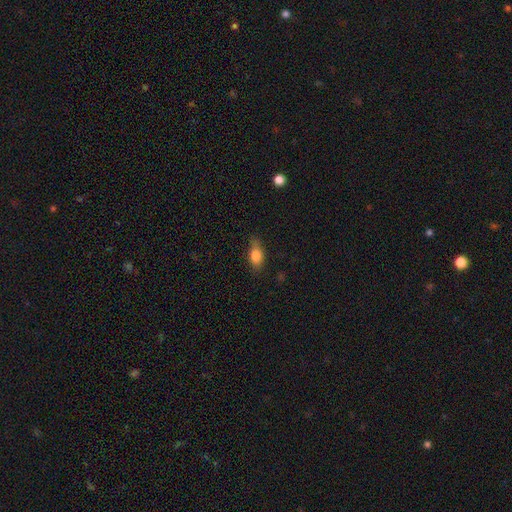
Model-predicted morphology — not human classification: Smooth or featured? smooth (78%)
How rounded? in between (80%)
Merging? none (71%)